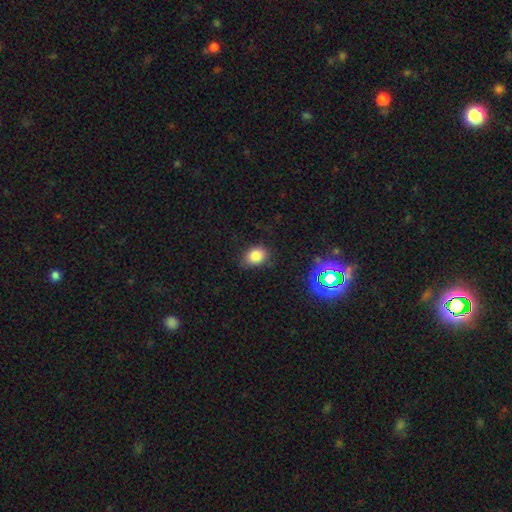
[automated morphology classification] Smooth or featured? smooth (80%)
How rounded? in between (60%)
Merging? none (72%)